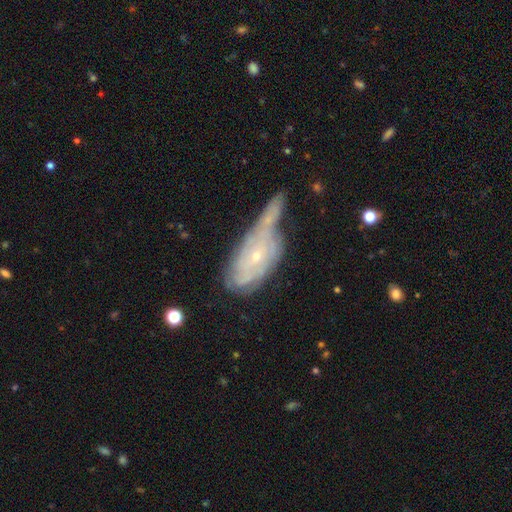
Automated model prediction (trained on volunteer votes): A featured or disk galaxy (69%) with no bar (76%), spiral arms (77%) and a small central bulge (76%). Merging: merger (35%).